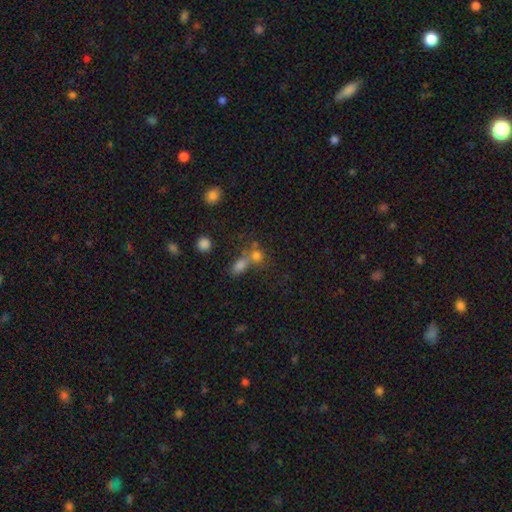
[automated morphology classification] Smooth or featured?
  - smooth: 68% *
  - star or artifact: 19%
  - featured or disk: 13%
How rounded?
  - round: 62% *
  - in between: 35%
  - cigar-shaped: 4%
Merging?
  - merger: 53% *
  - none: 34%
  - minor disturbance: 8%
  - major disturbance: 6%